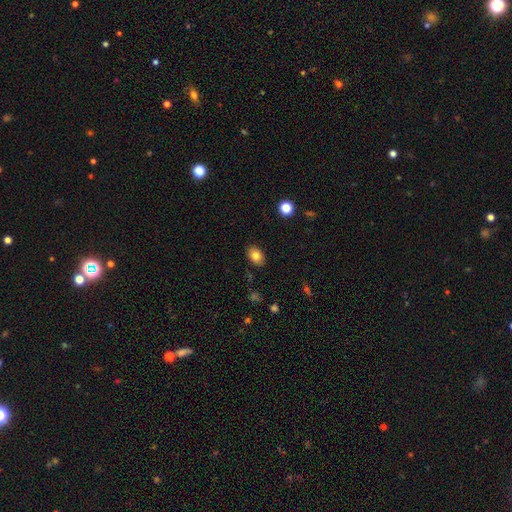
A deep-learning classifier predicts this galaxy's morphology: Smooth or featured: smooth — 81% (featured or disk — 10%)
How rounded: in between — 80% (round — 18%)
Merging: none — 87% (minor disturbance — 9%)